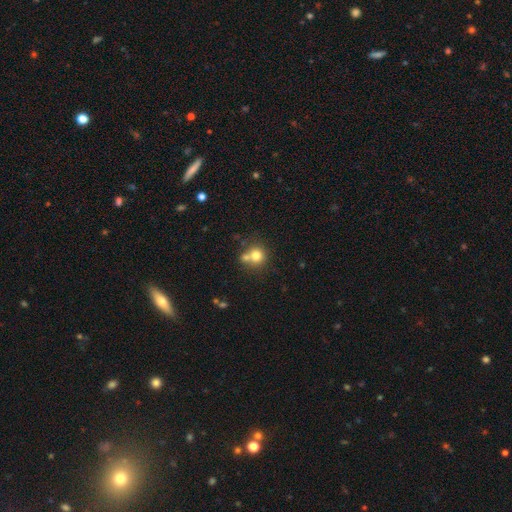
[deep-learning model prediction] Smooth or featured?
  - smooth: 75% *
  - featured or disk: 12%
  - star or artifact: 12%
How rounded?
  - round: 87% *
  - in between: 12%
  - cigar-shaped: 1%
Merging?
  - none: 51% *
  - merger: 36%
  - minor disturbance: 10%
  - major disturbance: 4%